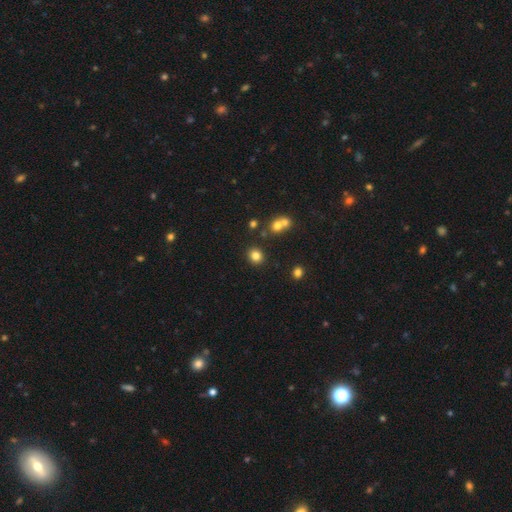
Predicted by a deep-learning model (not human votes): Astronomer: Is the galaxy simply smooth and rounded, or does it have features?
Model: smooth — 81%.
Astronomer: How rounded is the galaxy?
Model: round — 83%.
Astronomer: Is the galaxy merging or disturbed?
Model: none — 86%.